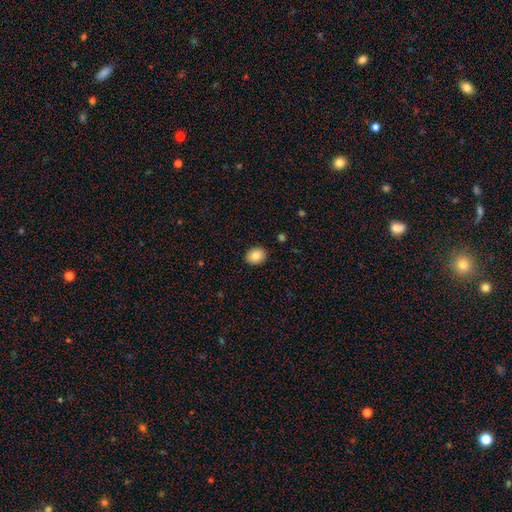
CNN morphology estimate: Q: Smooth or featured?
A: smooth (86%); runner-up: star or artifact (8%)
Q: How rounded?
A: round (53%); runner-up: in between (46%)
Q: Merging?
A: none (90%); runner-up: minor disturbance (7%)